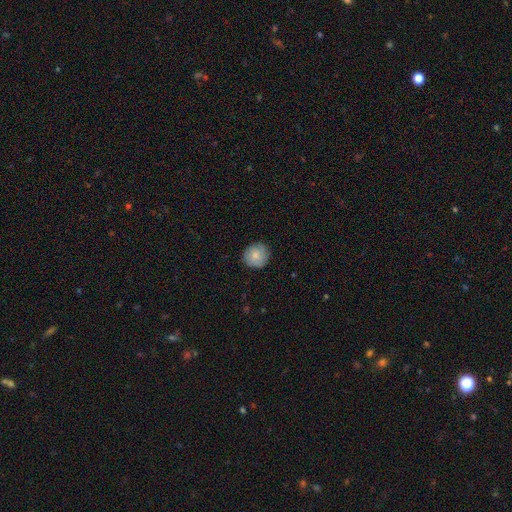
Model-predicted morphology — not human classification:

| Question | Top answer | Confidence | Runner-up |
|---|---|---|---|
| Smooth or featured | smooth | 82% | featured or disk (10%) |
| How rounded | round | 93% | in between (6%) |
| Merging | none | 87% | minor disturbance (10%) |